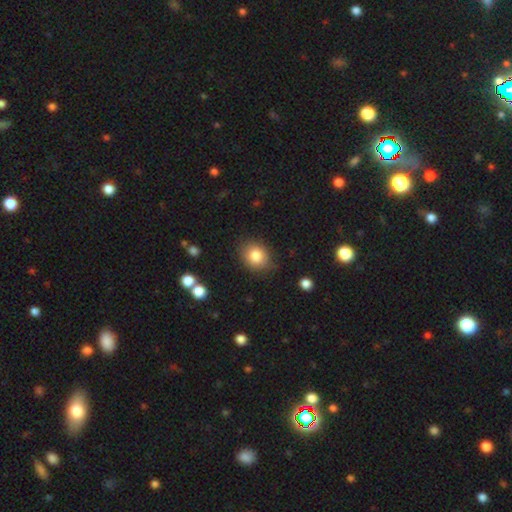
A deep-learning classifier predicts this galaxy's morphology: Q: Smooth or featured?
A: smooth (82%); runner-up: star or artifact (10%)
Q: How rounded?
A: round (67%); runner-up: in between (33%)
Q: Merging?
A: none (81%); runner-up: minor disturbance (14%)